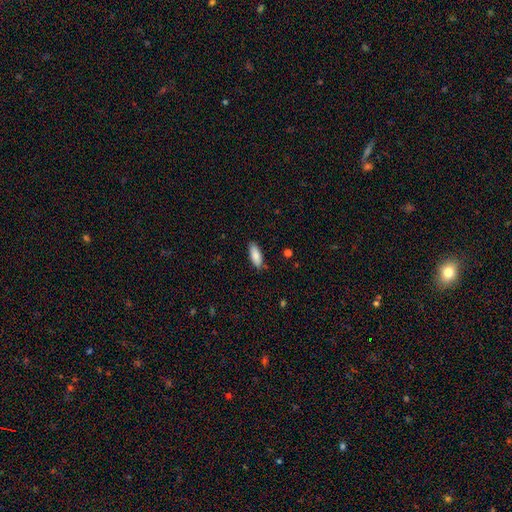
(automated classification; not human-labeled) A smooth galaxy with no disk features (87%) that is in between round and cigar-shaped (73%). Merging: none (83%).